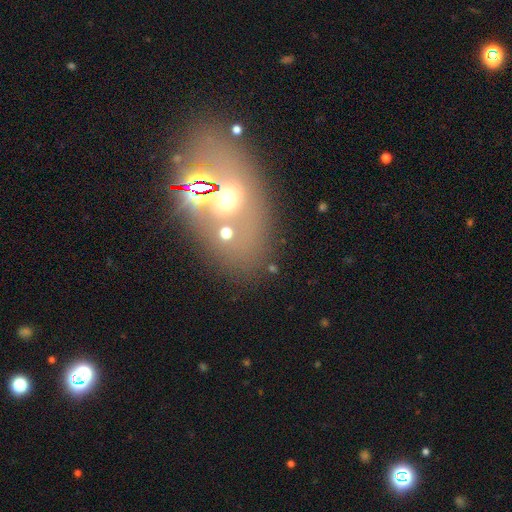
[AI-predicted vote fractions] A star or artifact, not a galaxy (39%).